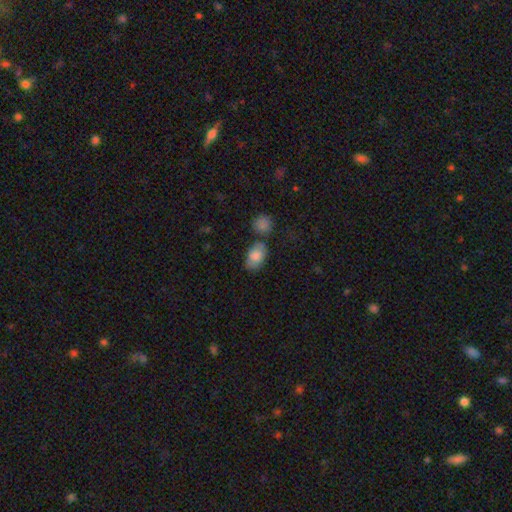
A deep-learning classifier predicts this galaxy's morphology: The model was most divided on "merging": none: 61%, minor disturbance: 19%, merger: 15%, major disturbance: 6%. More confident: how rounded — in between (88%); smooth or featured — smooth (83%).